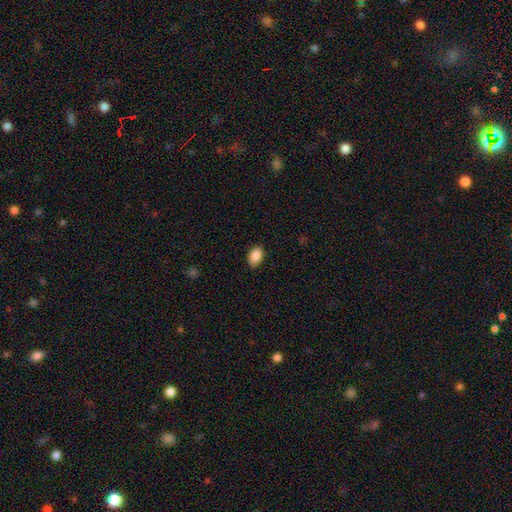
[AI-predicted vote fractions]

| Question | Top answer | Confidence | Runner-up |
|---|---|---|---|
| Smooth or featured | smooth | 88% | star or artifact (8%) |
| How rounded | in between | 88% | round (10%) |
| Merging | none | 86% | minor disturbance (10%) |